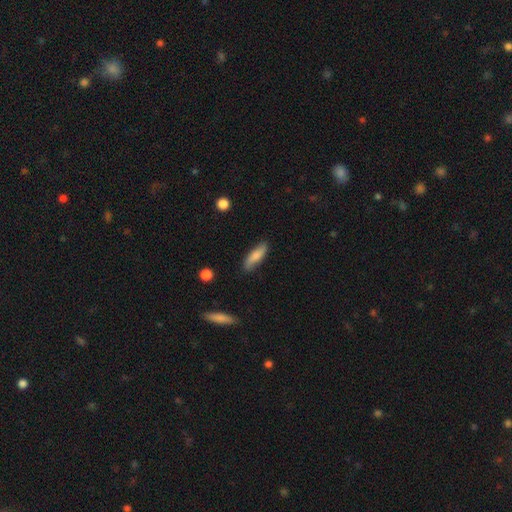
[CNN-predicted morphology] The model was most divided on "how rounded": cigar-shaped: 55%, in between: 43%, round: 2%. More confident: merging — none (81%); smooth or featured — smooth (73%).